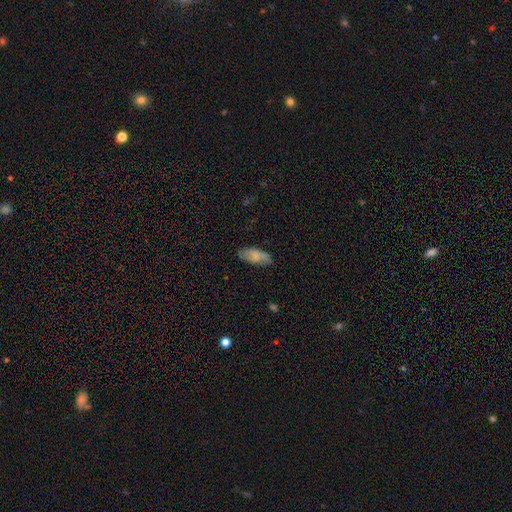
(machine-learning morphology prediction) Smooth or featured? Predicted: smooth (p=0.78). How rounded? Predicted: in between (p=0.85). Merging? Predicted: none (p=0.73).